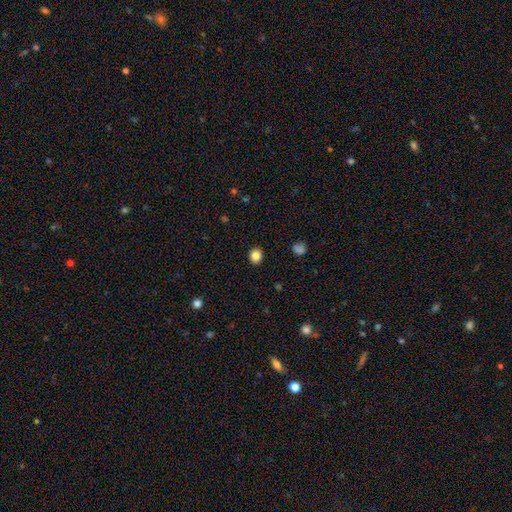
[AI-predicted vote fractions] This appears to be a smooth galaxy with no disk features (85%) that is round (77%). Merging: none (91%).